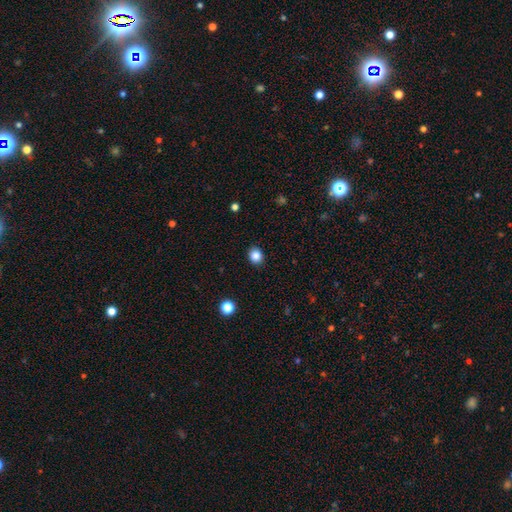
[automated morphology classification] A smooth galaxy with no disk features (85%) that is round (68%).

Vote fractions:
- Smooth or featured? smooth: 85% / star or artifact: 11% / featured or disk: 4%
- How rounded? round: 68% / in between: 31% / cigar-shaped: 1%
- Merging? none: 90% / minor disturbance: 7% / major disturbance: 2% / merger: 1%